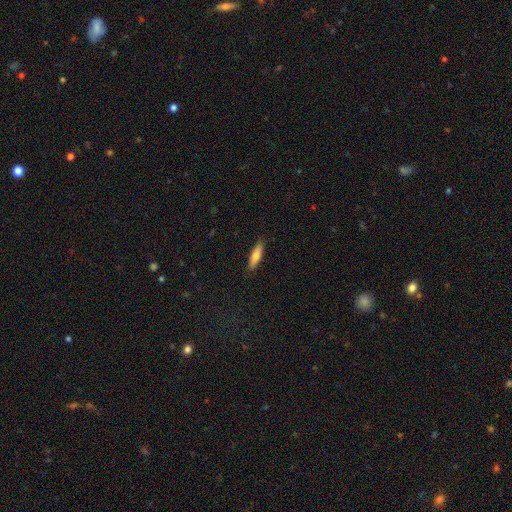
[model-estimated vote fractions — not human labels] This appears to be a smooth galaxy with no disk features (72%) that is cigar-shaped (69%). Merging: none (89%).